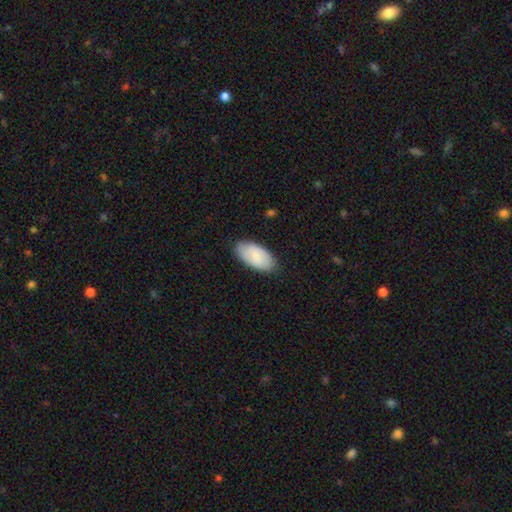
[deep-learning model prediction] A smooth galaxy with no disk features (82%) that is in between round and cigar-shaped (94%).

Vote fractions:
- Smooth or featured? smooth: 82% / featured or disk: 13% / star or artifact: 6%
- How rounded? in between: 94% / cigar-shaped: 3% / round: 2%
- Merging? none: 84% / minor disturbance: 13% / major disturbance: 2% / merger: 1%